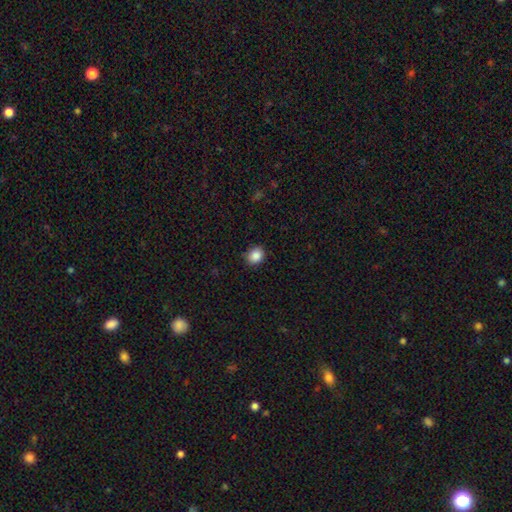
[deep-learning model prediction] Overall: smooth (87%). How rounded: round (66%; in between 33%). Merging: none (86%).